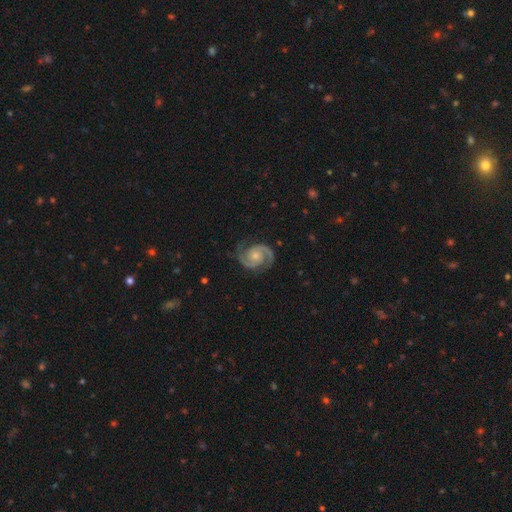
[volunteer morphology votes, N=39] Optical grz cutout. It shows a featured or disk galaxy (90%) with no bar (76%), 2 (97%) tight (59%) spiral arms (100%) and a moderate central bulge (56%). Merging: none (86%).